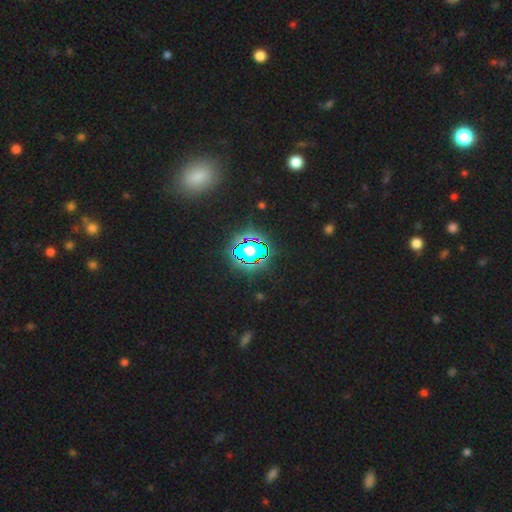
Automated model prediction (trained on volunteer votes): Smooth or featured? star or artifact (79%)